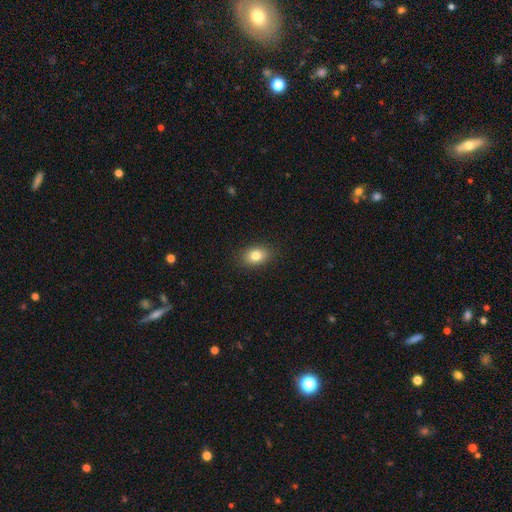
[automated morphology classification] Overall: smooth (81%). How rounded: in between (75%). Merging: none (88%).